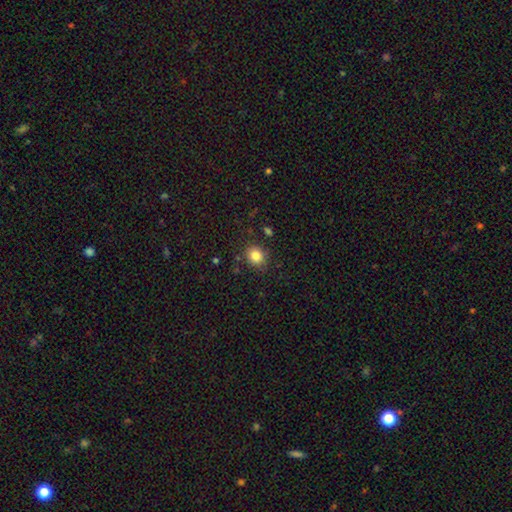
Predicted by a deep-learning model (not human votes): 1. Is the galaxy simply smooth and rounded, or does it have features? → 84% smooth, 11% star or artifact, 6% featured or disk.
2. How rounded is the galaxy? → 70% round, 30% in between, 1% cigar-shaped.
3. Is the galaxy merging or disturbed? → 84% none, 11% minor disturbance, 3% major disturbance, 3% merger.